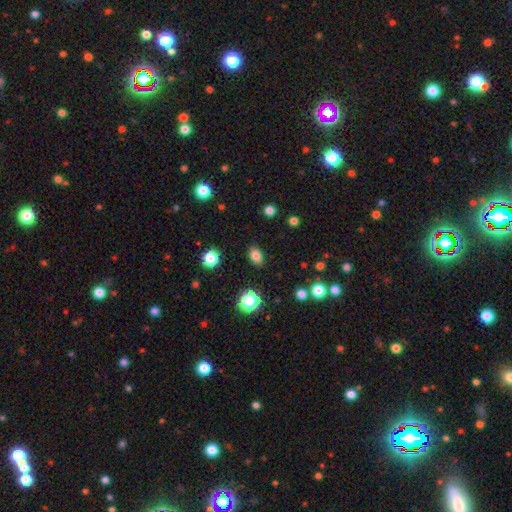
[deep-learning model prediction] This is clearly a smooth galaxy (82%). How rounded: clearly in between (81%). Merging: clearly none (87%).